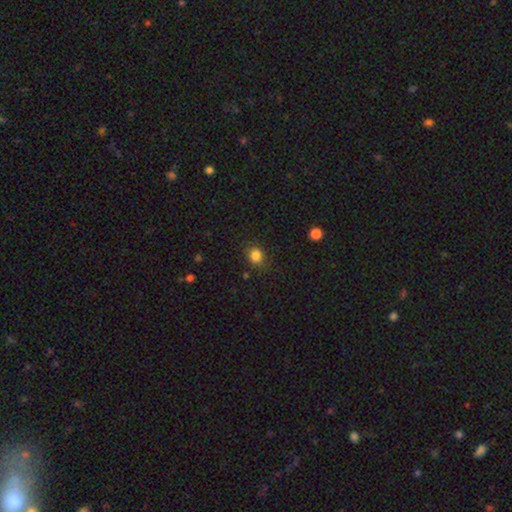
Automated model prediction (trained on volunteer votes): smooth-or-featured: smooth: 84% | star or artifact: 12% | featured or disk: 5%
  how-rounded: round: 72% | in between: 27% | cigar-shaped: 1%
  merging: none: 84% | minor disturbance: 11% | major disturbance: 3% | merger: 1%